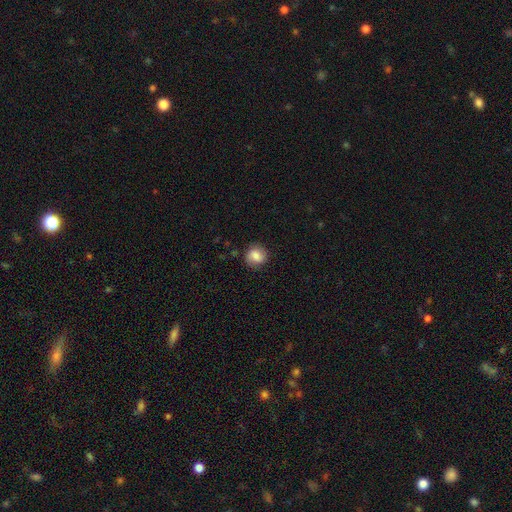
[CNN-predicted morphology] This is likely a smooth galaxy (73%). How rounded: clearly round (81%). Merging: clearly none (82%).